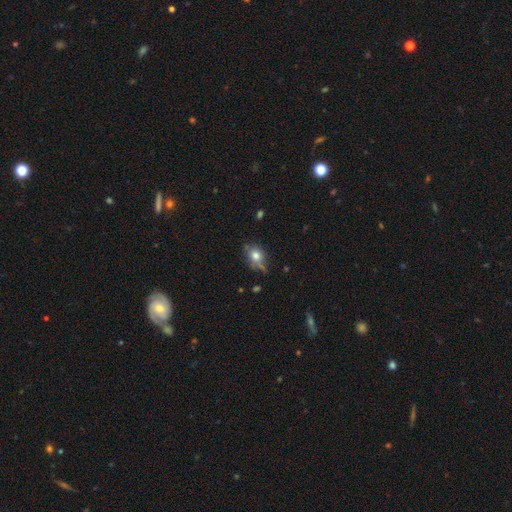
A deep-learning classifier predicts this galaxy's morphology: The model was most divided on "how rounded": round: 51%, in between: 46%, cigar-shaped: 3%. More confident: smooth or featured — smooth (69%); merging — none (58%).